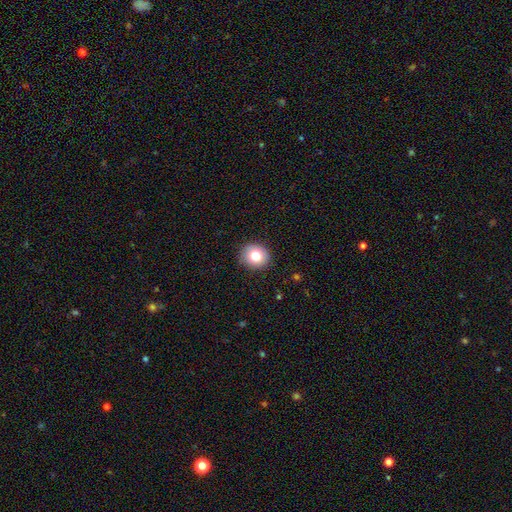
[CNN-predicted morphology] Smooth or featured? smooth (81%)
How rounded? round (75%)
Merging? none (88%)